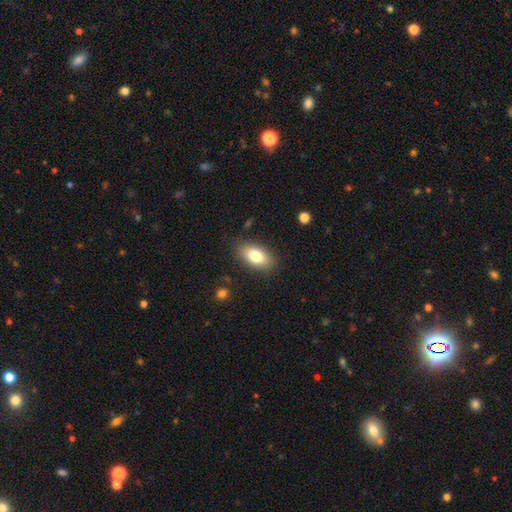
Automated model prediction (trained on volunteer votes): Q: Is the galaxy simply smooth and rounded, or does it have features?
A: smooth — 79%.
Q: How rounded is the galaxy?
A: in between — 90%.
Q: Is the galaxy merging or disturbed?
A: none — 85%.